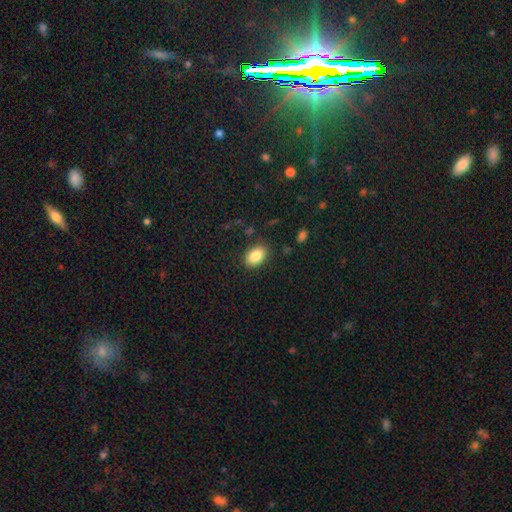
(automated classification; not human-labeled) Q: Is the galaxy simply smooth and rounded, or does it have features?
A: smooth — 86%.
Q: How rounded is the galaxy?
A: in between — 84%.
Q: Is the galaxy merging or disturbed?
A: none — 83%.